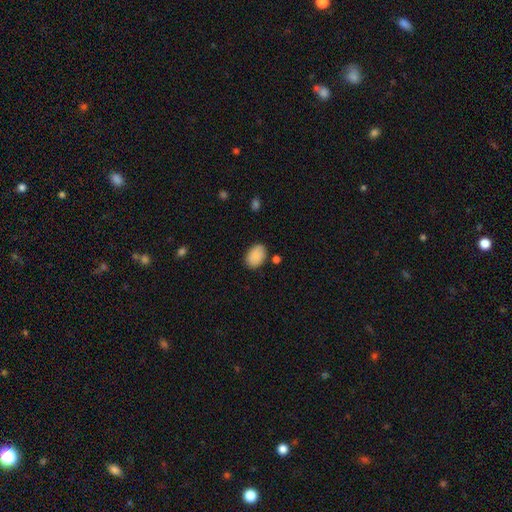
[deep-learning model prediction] Q: Smooth or featured?
A: smooth (89%); runner-up: star or artifact (7%)
Q: How rounded?
A: in between (86%); runner-up: round (13%)
Q: Merging?
A: none (81%); runner-up: minor disturbance (13%)